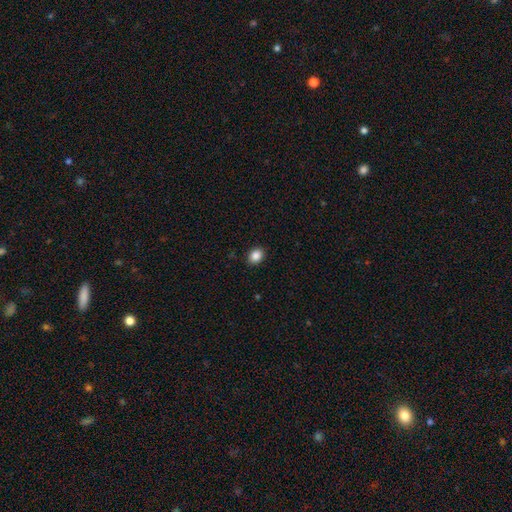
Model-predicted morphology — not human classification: smooth 87%, star or artifact 9%, featured or disk 4%. Down the decision tree: how rounded — in between (50%); merging — none (90%).